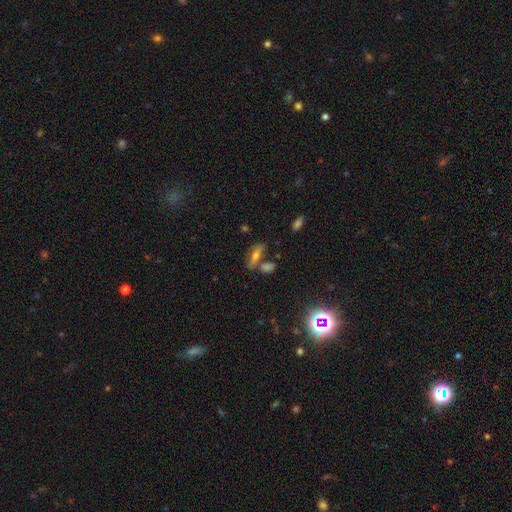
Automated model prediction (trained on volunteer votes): smooth_or_featured: smooth (p=0.52) [alt: featured or disk p=0.33]
how_rounded: in between (p=0.53) [alt: cigar-shaped p=0.41]
merging: none (p=0.63) [alt: merger p=0.19]